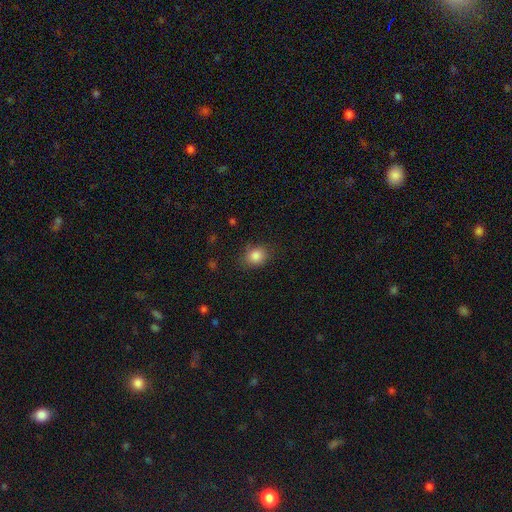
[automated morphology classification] A smooth galaxy with no disk features (85%) that is round (55%).

Vote fractions:
- Smooth or featured? smooth: 85% / star or artifact: 10% / featured or disk: 5%
- How rounded? round: 55% / in between: 44% / cigar-shaped: 1%
- Merging? none: 80% / minor disturbance: 15% / major disturbance: 4% / merger: 1%